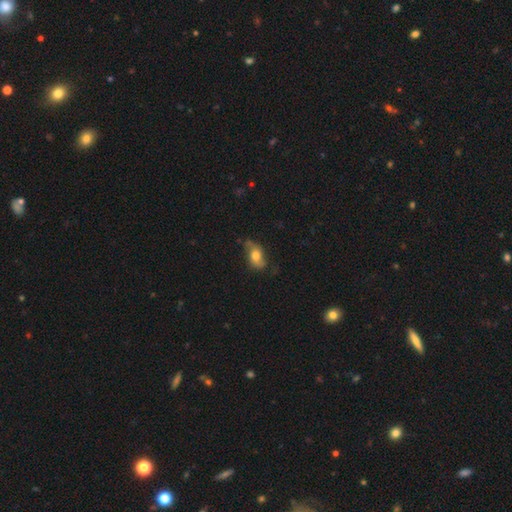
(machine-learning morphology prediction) This appears to be a smooth galaxy with no disk features (55%) that is in between round and cigar-shaped (83%). Merging: none (59%).